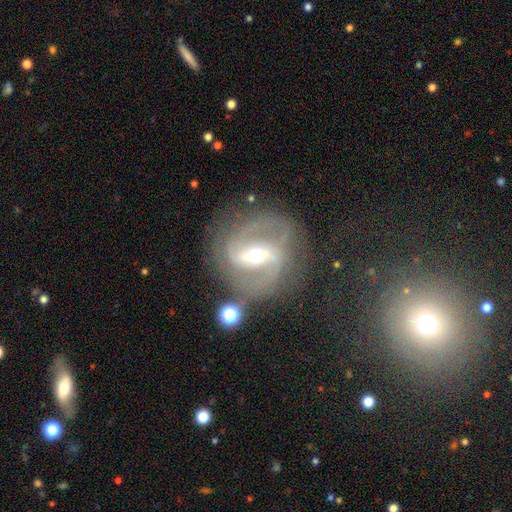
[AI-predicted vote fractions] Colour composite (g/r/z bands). It shows a featured or disk galaxy (88%) with a strong bar (50%), 2 (80%) medium (52%) spiral arms (95%) and a moderate central bulge (61%). Merging: none (69%).